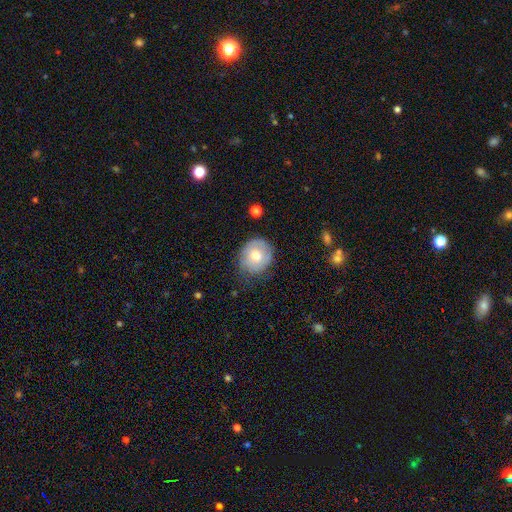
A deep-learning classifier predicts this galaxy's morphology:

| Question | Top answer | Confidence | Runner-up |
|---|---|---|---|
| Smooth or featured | smooth | 63% | featured or disk (30%) |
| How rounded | round | 75% | in between (25%) |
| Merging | none | 67% | minor disturbance (24%) |